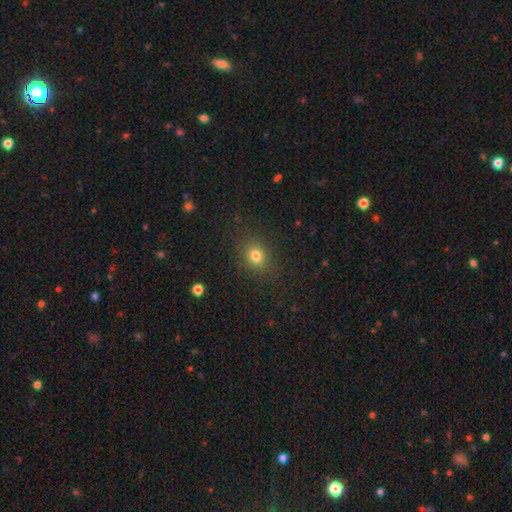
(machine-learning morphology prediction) Q: Smooth or featured?
A: smooth (78%); runner-up: star or artifact (15%)
Q: How rounded?
A: round (66%); runner-up: in between (32%)
Q: Merging?
A: none (86%); runner-up: minor disturbance (9%)